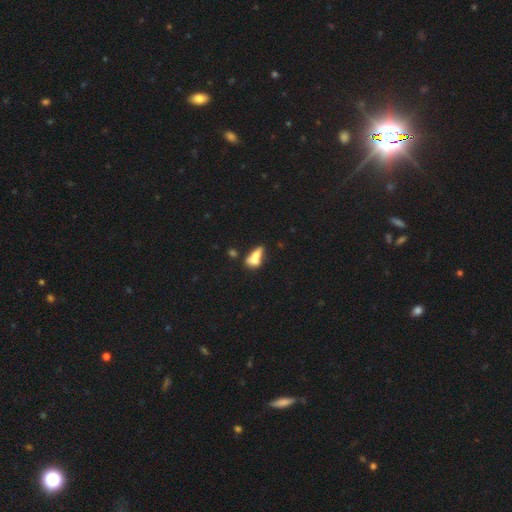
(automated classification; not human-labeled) smooth 59%, featured or disk 31%, star or artifact 11%. Down the decision tree: how rounded — in between (67%); merging — merger (55%).